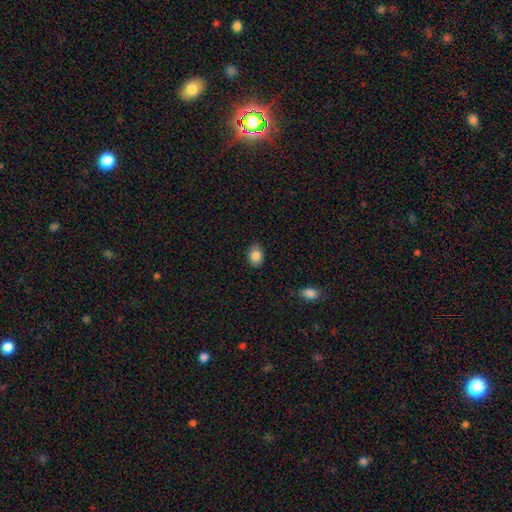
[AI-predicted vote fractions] This is clearly a smooth galaxy (84%). How rounded: likely in between (70%). Merging: clearly none (83%).